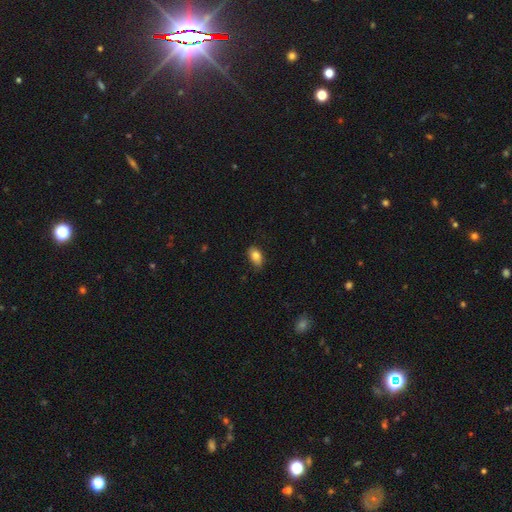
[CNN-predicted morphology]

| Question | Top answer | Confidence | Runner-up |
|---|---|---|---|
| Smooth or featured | smooth | 83% | featured or disk (9%) |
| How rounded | in between | 89% | round (9%) |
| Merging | none | 74% | minor disturbance (21%) |